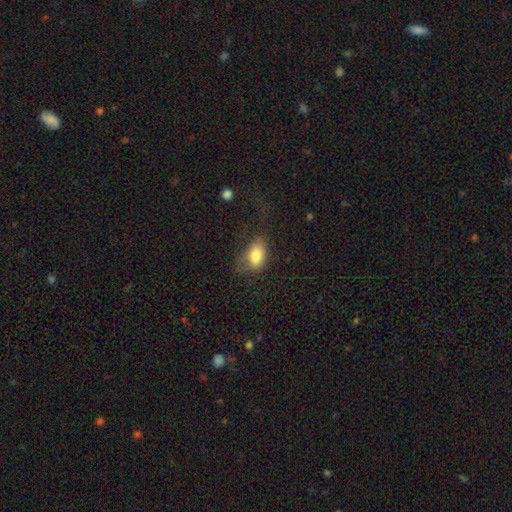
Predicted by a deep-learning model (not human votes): Smooth or featured? Predicted: smooth (p=0.79). How rounded? Predicted: in between (p=0.84). Merging? Predicted: none (p=0.51).